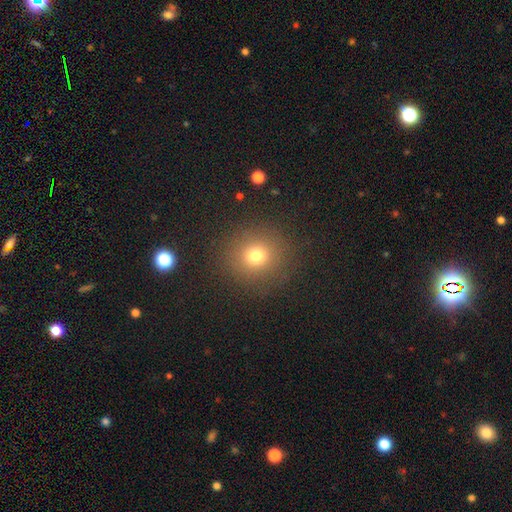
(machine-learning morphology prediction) The model was most divided on "smooth or featured": smooth: 73%, star or artifact: 18%, featured or disk: 9%. More confident: how rounded — round (89%); merging — none (88%).